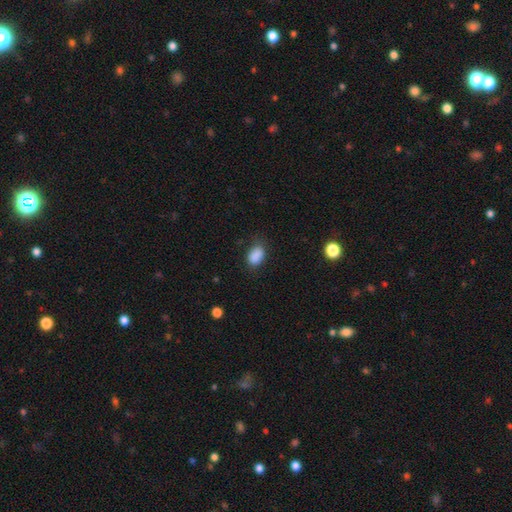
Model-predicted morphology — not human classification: smooth-or-featured: smooth: 87% | star or artifact: 9% | featured or disk: 4%
  how-rounded: in between: 85% | round: 14% | cigar-shaped: 1%
  merging: none: 73% | minor disturbance: 20% | major disturbance: 5% | merger: 2%